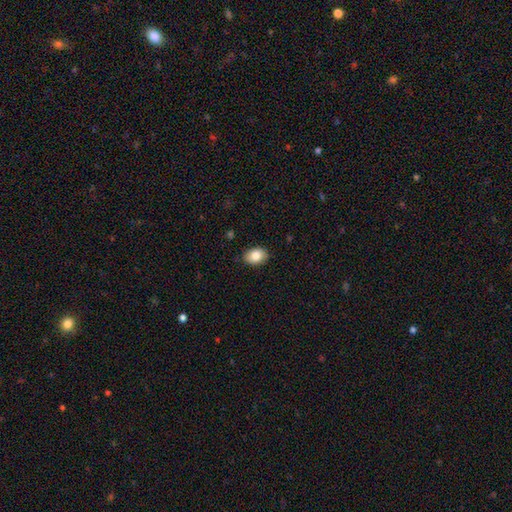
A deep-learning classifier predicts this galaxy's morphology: Smooth or featured?
  - smooth: 85% *
  - featured or disk: 8%
  - star or artifact: 7%
How rounded?
  - in between: 77% *
  - round: 22%
  - cigar-shaped: 1%
Merging?
  - none: 87% *
  - minor disturbance: 10%
  - major disturbance: 2%
  - merger: 1%